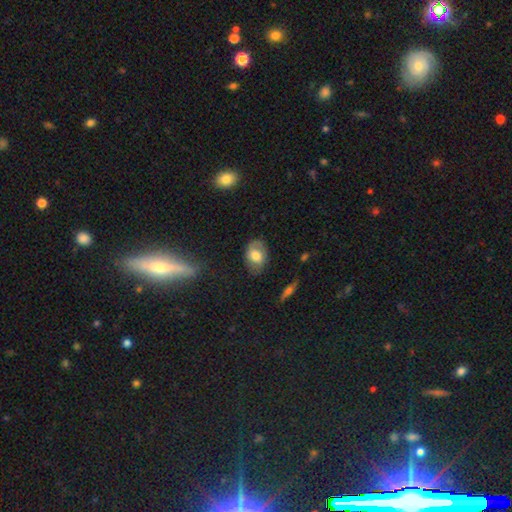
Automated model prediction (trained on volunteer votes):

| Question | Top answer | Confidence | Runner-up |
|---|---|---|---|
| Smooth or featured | smooth | 62% | featured or disk (30%) |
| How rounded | in between | 81% | round (18%) |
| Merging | none | 69% | minor disturbance (22%) |